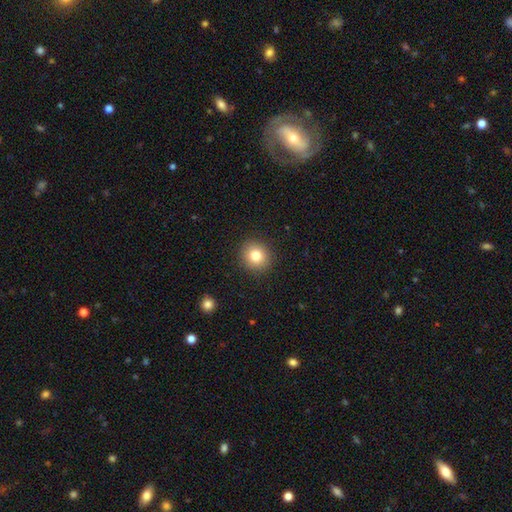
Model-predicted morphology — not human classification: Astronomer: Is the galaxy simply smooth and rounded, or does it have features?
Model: smooth — 81%.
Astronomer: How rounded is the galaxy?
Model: round — 86%.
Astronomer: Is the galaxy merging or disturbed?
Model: none — 91%.